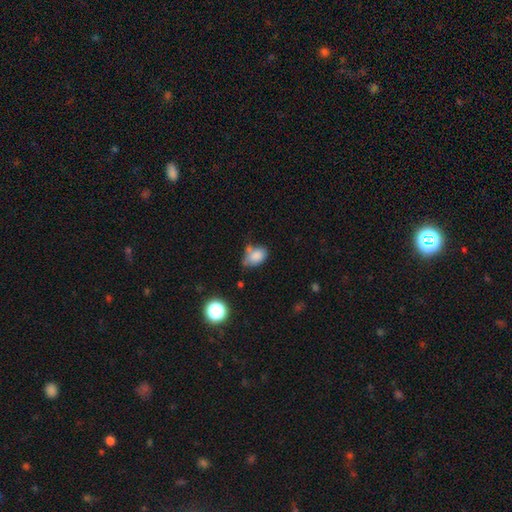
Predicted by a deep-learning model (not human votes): smooth-or-featured: smooth: 81% | star or artifact: 10% | featured or disk: 9%
  how-rounded: in between: 79% | round: 20% | cigar-shaped: 1%
  merging: none: 41% | minor disturbance: 30% | merger: 19% | major disturbance: 10%